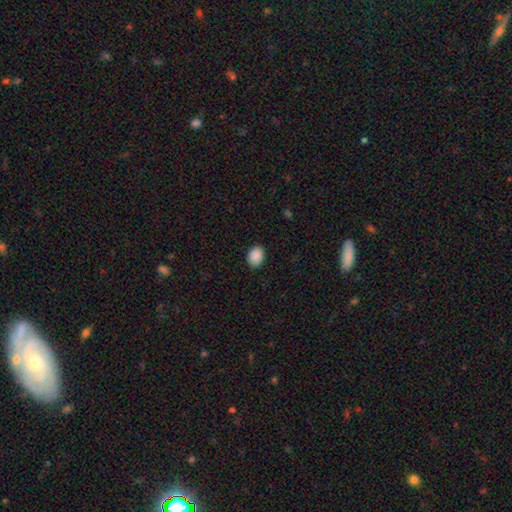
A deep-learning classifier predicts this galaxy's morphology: This appears to be a smooth galaxy with no disk features (90%) that is in between round and cigar-shaped (69%). Merging: none (87%).